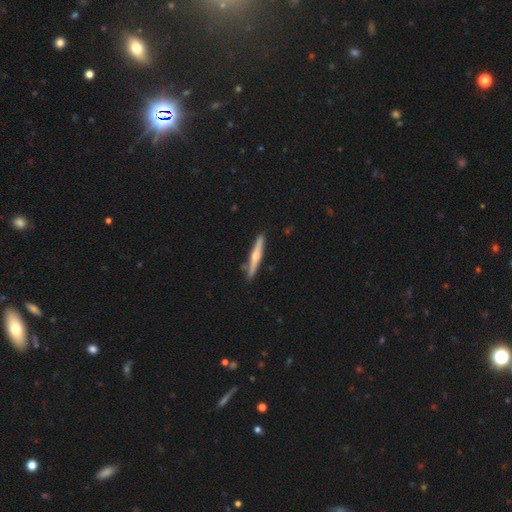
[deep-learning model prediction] Morphology: type=featured or disk (54%); edge-on=yes (96%); edge-on bulge=rounded (83%); merging=none (85%).